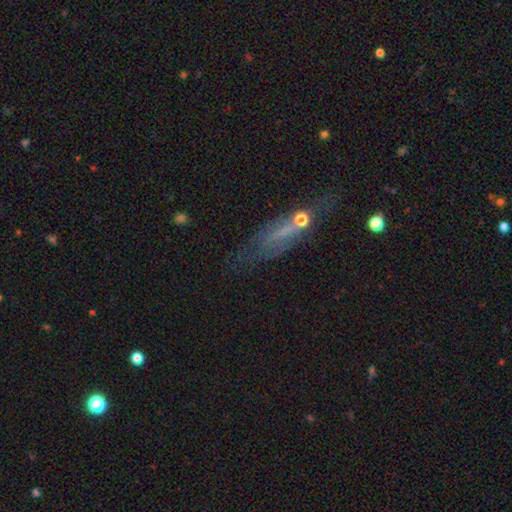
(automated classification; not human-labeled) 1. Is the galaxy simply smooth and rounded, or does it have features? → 40% featured or disk, 36% smooth, 24% star or artifact.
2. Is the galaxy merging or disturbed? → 54% none, 22% minor disturbance, 17% major disturbance, 7% merger.